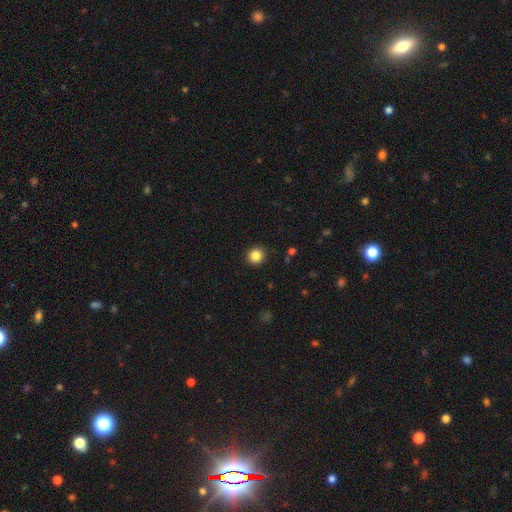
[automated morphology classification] smooth_or_featured: smooth (p=0.85) [alt: star or artifact p=0.11]
how_rounded: round (p=0.92) [alt: in between p=0.07]
merging: none (p=0.92) [alt: minor disturbance p=0.05]